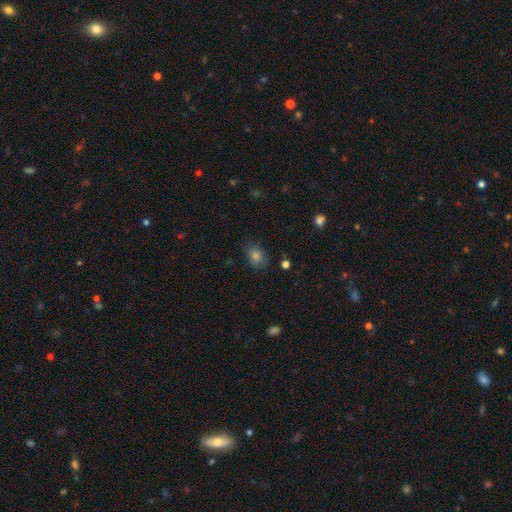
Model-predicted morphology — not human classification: This is likely a smooth galaxy (72%). How rounded: possibly in between (58%). Merging: likely none (75%).